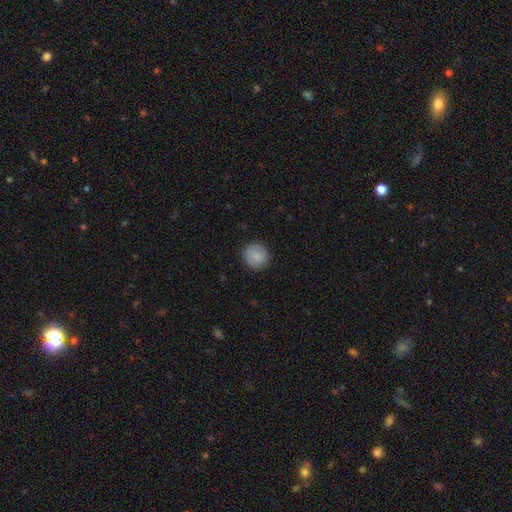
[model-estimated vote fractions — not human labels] This is clearly a smooth galaxy (81%). How rounded: clearly round (90%). Merging: clearly none (88%).